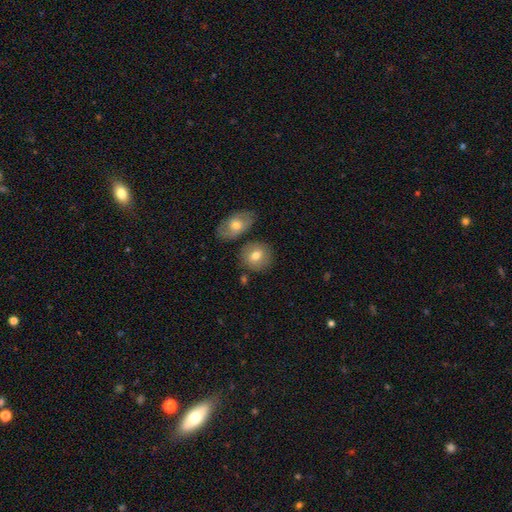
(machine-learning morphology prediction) Q: Smooth or featured?
A: smooth (75%); runner-up: featured or disk (17%)
Q: How rounded?
A: round (77%); runner-up: in between (22%)
Q: Merging?
A: none (74%); runner-up: merger (13%)